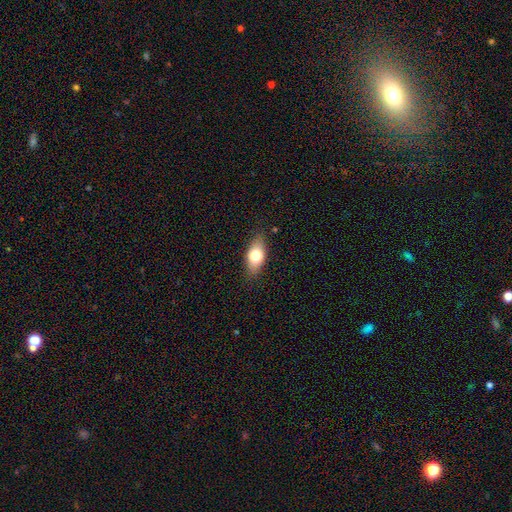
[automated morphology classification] type=smooth (72%); roundness=in between (86%); merging=none (82%).